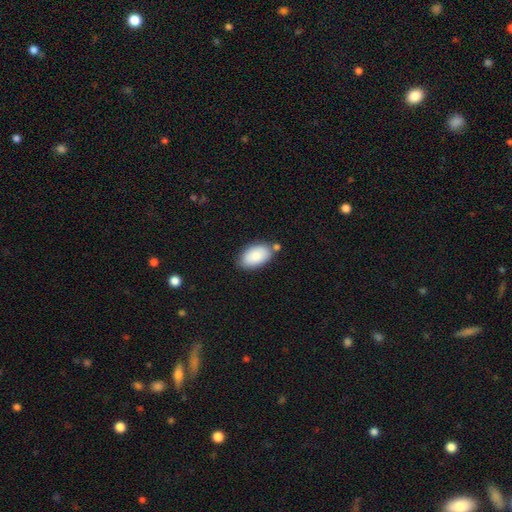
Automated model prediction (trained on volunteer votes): Overall: smooth (87%). How rounded: in between (94%). Merging: none (72%).